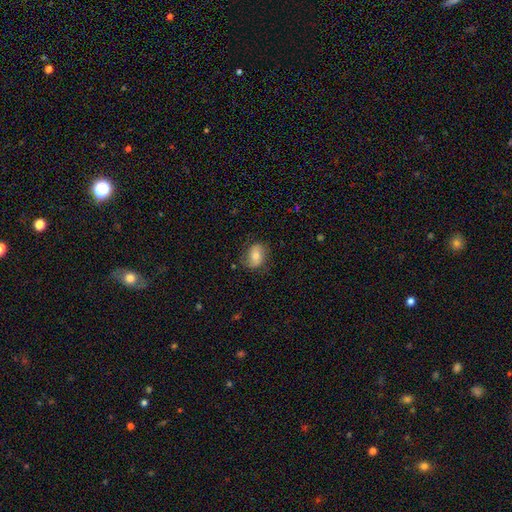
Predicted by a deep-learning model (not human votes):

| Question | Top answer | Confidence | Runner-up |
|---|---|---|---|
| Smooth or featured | smooth | 61% | featured or disk (30%) |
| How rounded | in between | 63% | round (35%) |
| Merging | none | 73% | minor disturbance (19%) |